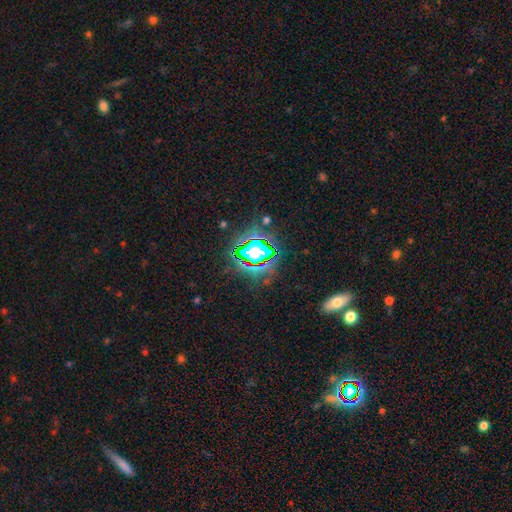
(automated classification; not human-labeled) The model was most divided on "smooth or featured": star or artifact: 64%, smooth: 21%, featured or disk: 14%.